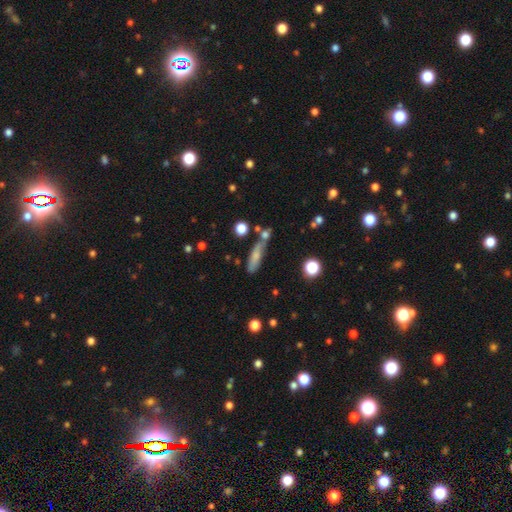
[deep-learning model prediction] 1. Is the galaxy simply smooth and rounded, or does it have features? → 69% smooth, 21% featured or disk, 10% star or artifact.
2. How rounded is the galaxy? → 63% cigar-shaped, 33% in between, 5% round.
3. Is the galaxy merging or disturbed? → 52% none, 21% minor disturbance, 19% merger, 9% major disturbance.